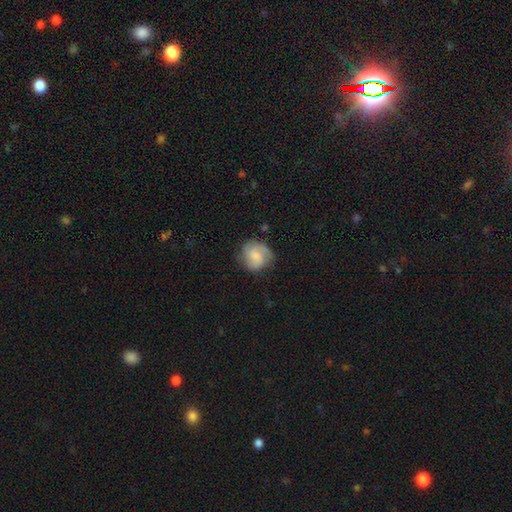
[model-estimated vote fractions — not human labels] Smooth or featured? featured or disk (47%)
Merging? none (67%)